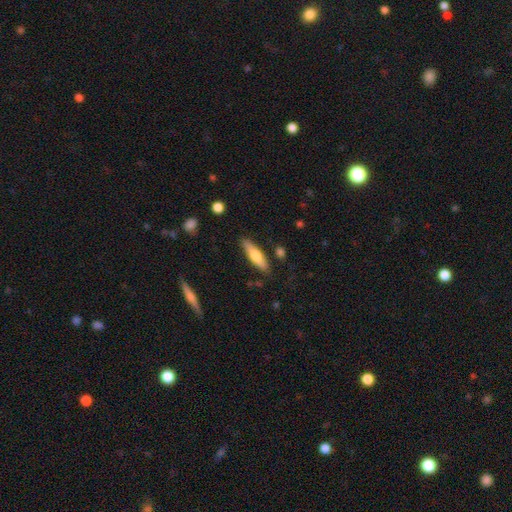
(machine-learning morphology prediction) smooth_or_featured: smooth (p=0.61) [alt: featured or disk p=0.33]
how_rounded: cigar-shaped (p=0.67) [alt: in between p=0.31]
merging: none (p=0.85) [alt: minor disturbance p=0.11]